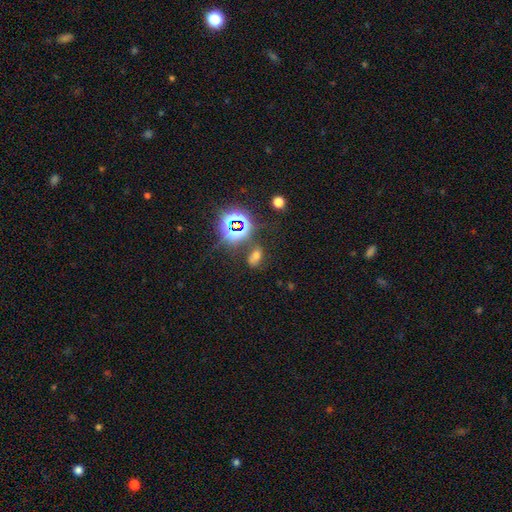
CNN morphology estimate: This is possibly a smooth galaxy (47%). Merging: likely none (62%).